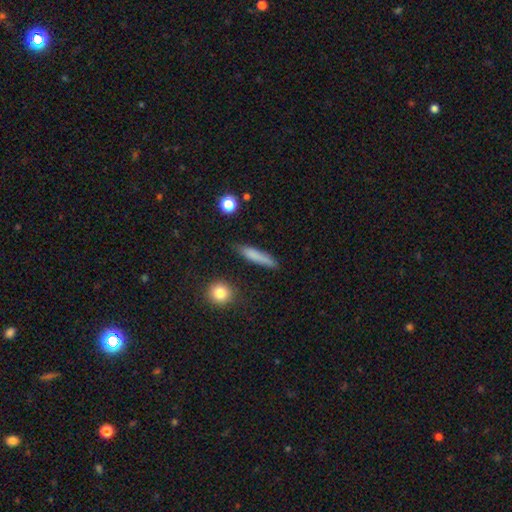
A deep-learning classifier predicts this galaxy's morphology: Smooth or featured? smooth (77%)
How rounded? cigar-shaped (87%)
Merging? none (82%)